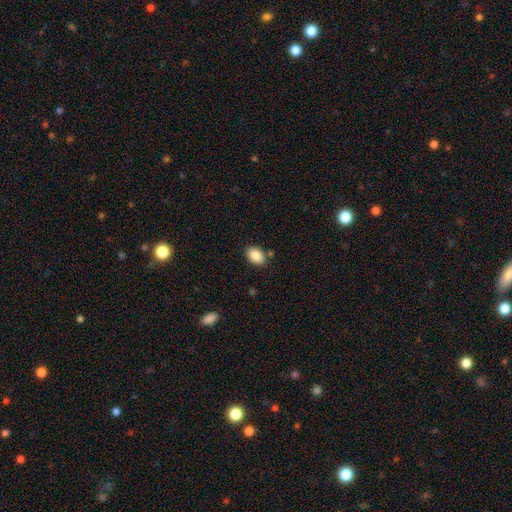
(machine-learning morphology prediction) A smooth galaxy with no disk features (88%) that is in between round and cigar-shaped (87%).

Vote fractions:
- Smooth or featured? smooth: 88% / star or artifact: 7% / featured or disk: 5%
- How rounded? in between: 87% / round: 12% / cigar-shaped: 1%
- Merging? none: 82% / minor disturbance: 11% / merger: 4% / major disturbance: 3%